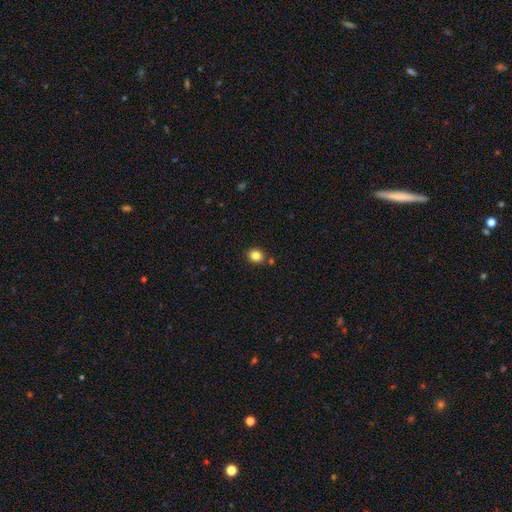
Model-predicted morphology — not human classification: Overall: smooth (84%). How rounded: round (70%). Merging: none (84%).